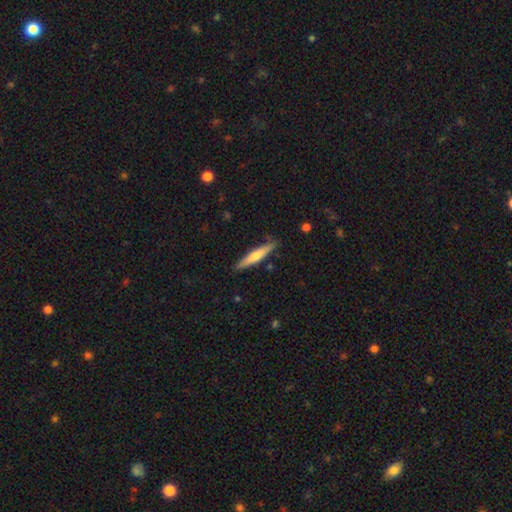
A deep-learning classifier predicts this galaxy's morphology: Smooth or featured: smooth — 52% (featured or disk — 42%)
How rounded: cigar-shaped — 91% (in between — 7%)
Merging: none — 88% (minor disturbance — 9%)